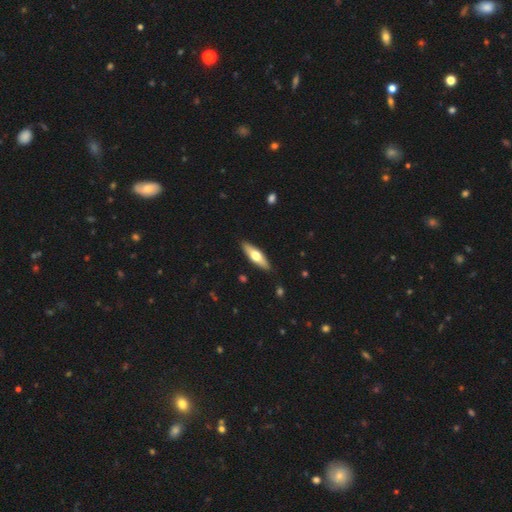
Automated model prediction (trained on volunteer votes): A smooth galaxy with no disk features (52%) that is cigar-shaped (56%).

Vote fractions:
- Smooth or featured? smooth: 52% / featured or disk: 43% / star or artifact: 5%
- How rounded? cigar-shaped: 56% / in between: 42% / round: 2%
- Merging? none: 89% / minor disturbance: 8% / major disturbance: 2% / merger: 1%